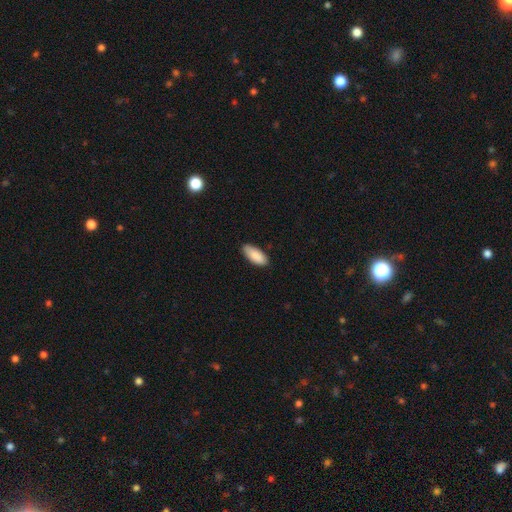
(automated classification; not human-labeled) smooth_or_featured: smooth (p=0.88) [alt: featured or disk p=0.06]
how_rounded: in between (p=0.85) [alt: cigar-shaped p=0.13]
merging: none (p=0.83) [alt: minor disturbance p=0.14]